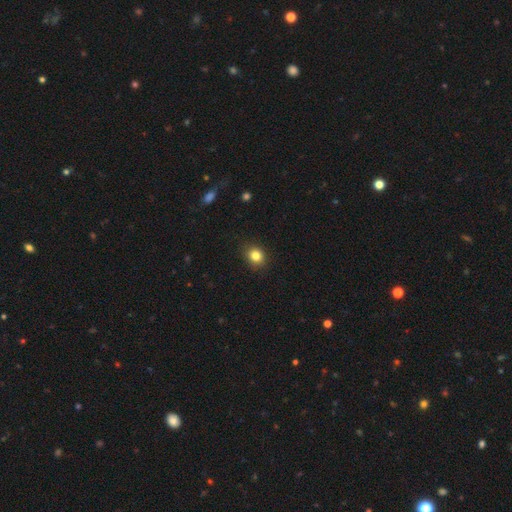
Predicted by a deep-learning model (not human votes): Overall: smooth (84%). How rounded: round (68%; in between 31%). Merging: none (87%).